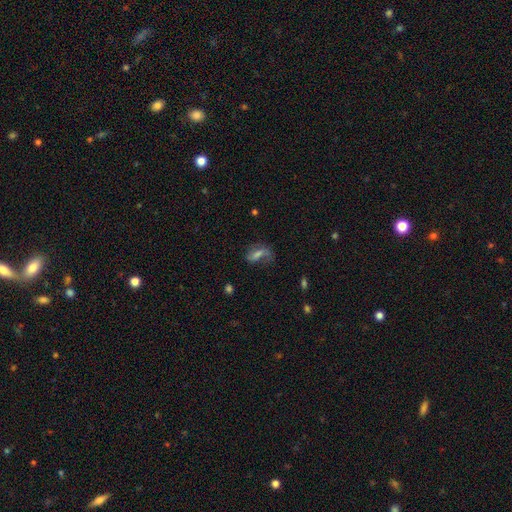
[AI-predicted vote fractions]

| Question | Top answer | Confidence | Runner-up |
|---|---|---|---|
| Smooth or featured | featured or disk | 43% | smooth (37%) |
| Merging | none | 48% | major disturbance (26%) |